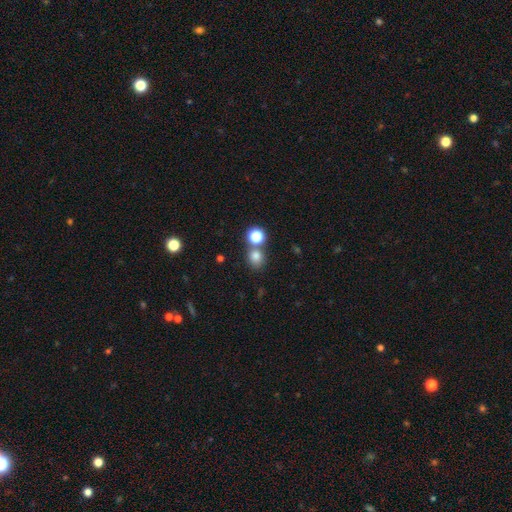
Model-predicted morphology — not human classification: Overall: smooth (76%). How rounded: round (76%). Merging: none (62%; merger 25%).